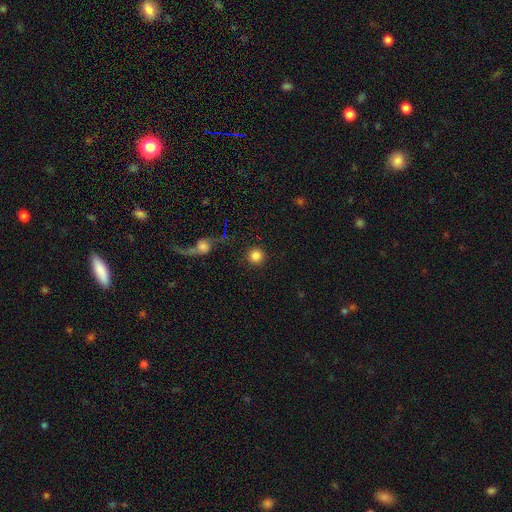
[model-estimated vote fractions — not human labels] smooth-or-featured: smooth: 84% | star or artifact: 11% | featured or disk: 5%
  how-rounded: round: 95% | in between: 4% | cigar-shaped: 1%
  merging: none: 89% | minor disturbance: 5% | merger: 3% | major disturbance: 3%